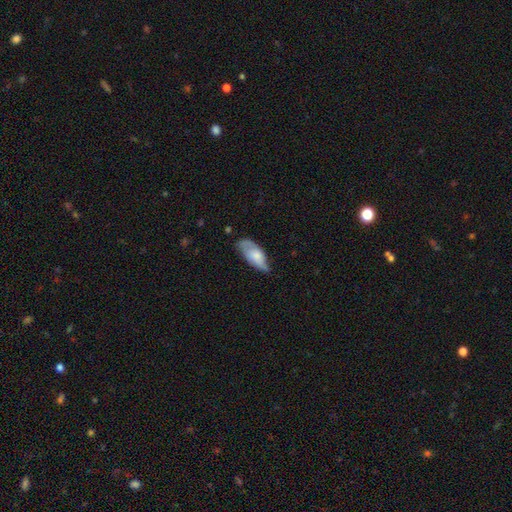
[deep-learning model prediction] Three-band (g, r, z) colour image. It shows a smooth galaxy with no disk features (59%) that is in between round and cigar-shaped (85%). Merging: none (56%).